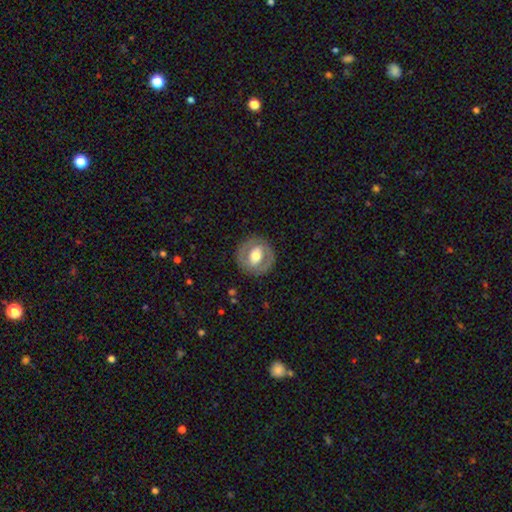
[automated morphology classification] This appears to be a featured or disk galaxy (61%) with a weak bar (38%), no spiral arms (60%) and a moderate central bulge (65%). Merging: none (85%).